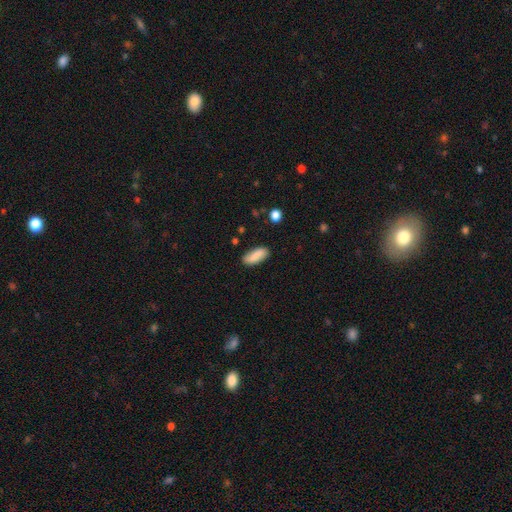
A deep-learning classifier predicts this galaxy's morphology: The model was most divided on "how rounded": in between: 80%, cigar-shaped: 17%, round: 2%. More confident: smooth or featured — smooth (85%); merging — none (83%).